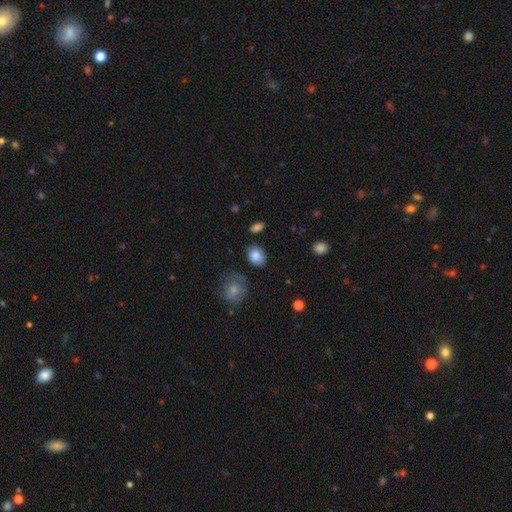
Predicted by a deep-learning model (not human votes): Morphology: type=smooth (85%); roundness=in between (68%); merging=none (81%).